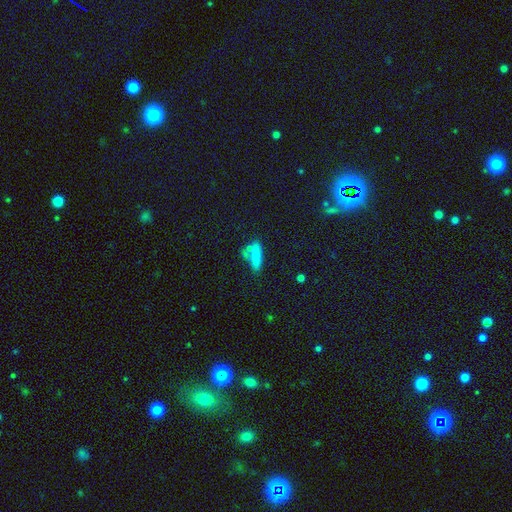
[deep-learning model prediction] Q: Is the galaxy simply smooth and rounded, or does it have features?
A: smooth — 76%.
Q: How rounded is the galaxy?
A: cigar-shaped — 61%.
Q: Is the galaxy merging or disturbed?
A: none — 55%.